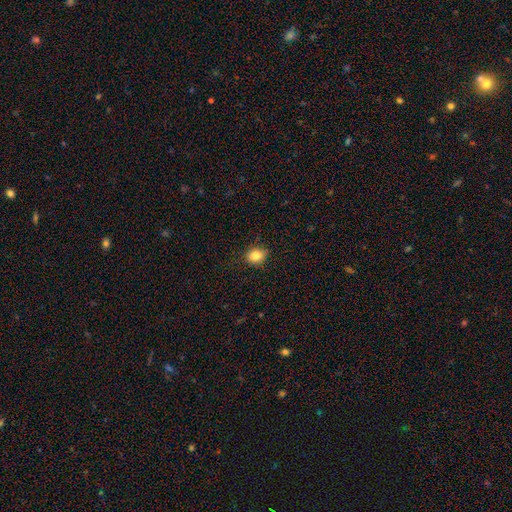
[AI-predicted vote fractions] Smooth or featured? Predicted: smooth (p=0.86). How rounded? Predicted: in between (p=0.61). Merging? Predicted: none (p=0.84).